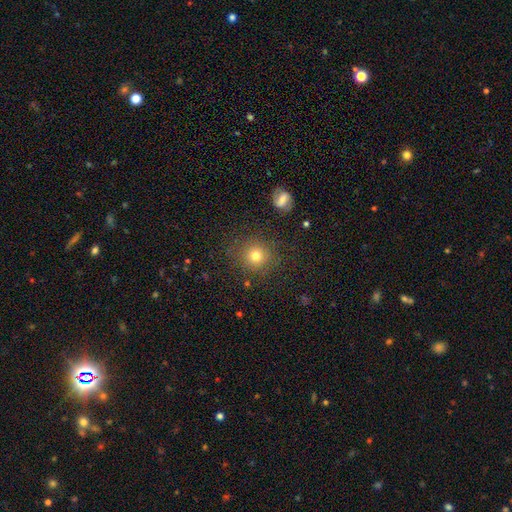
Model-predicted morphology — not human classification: Smooth or featured? Predicted: smooth (p=0.77). How rounded? Predicted: round (p=0.91). Merging? Predicted: none (p=0.86).